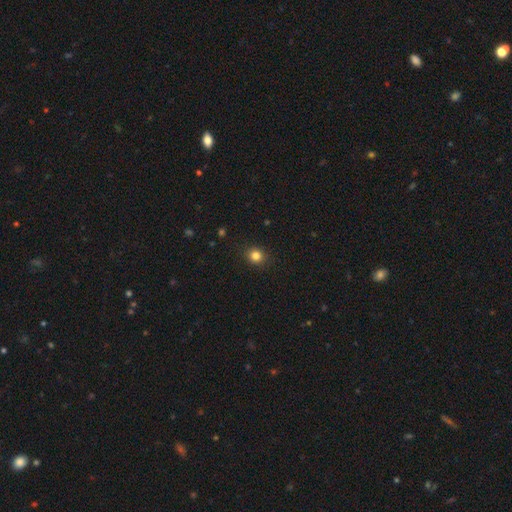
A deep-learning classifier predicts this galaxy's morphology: smooth-or-featured: smooth: 83% | star or artifact: 13% | featured or disk: 5%
  how-rounded: round: 81% | in between: 18% | cigar-shaped: 1%
  merging: none: 89% | minor disturbance: 8% | major disturbance: 2% | merger: 1%